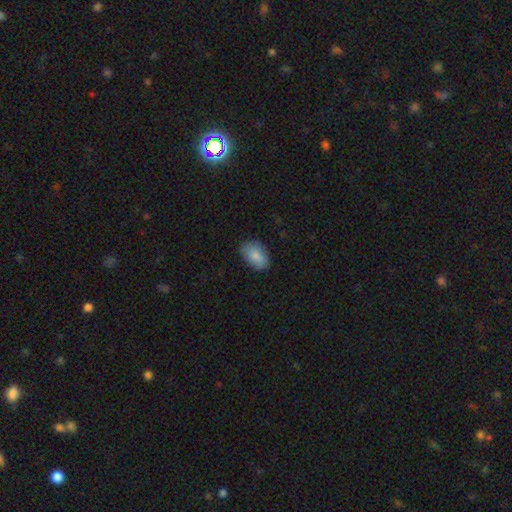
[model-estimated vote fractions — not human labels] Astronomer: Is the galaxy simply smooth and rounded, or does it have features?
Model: smooth — 85%.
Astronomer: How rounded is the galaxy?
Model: in between — 91%.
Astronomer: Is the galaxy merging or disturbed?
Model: none — 82%.